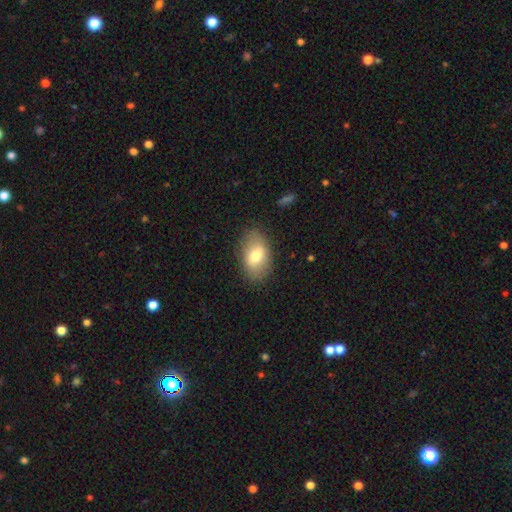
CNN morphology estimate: Smooth or featured: smooth — 69% (featured or disk — 23%)
How rounded: in between — 90% (round — 9%)
Merging: none — 84% (minor disturbance — 12%)